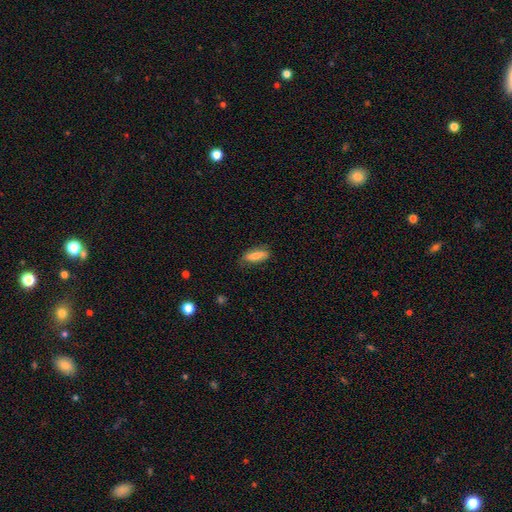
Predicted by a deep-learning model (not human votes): smooth_or_featured: smooth (p=0.78) [alt: featured or disk p=0.15]
how_rounded: in between (p=0.61) [alt: cigar-shaped p=0.37]
merging: none (p=0.75) [alt: minor disturbance p=0.19]